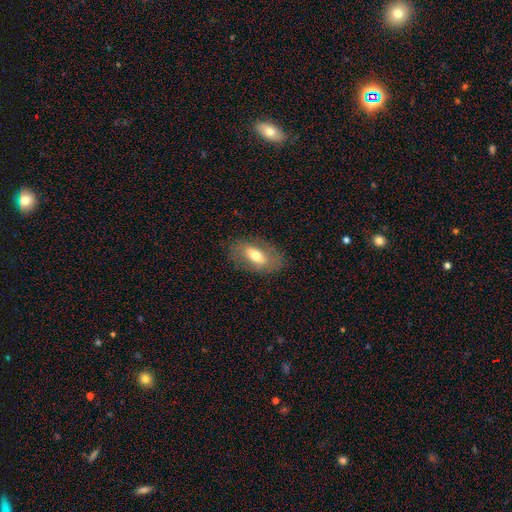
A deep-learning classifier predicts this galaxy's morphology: Smooth or featured? smooth (55%)
How rounded? in between (88%)
Merging? none (79%)